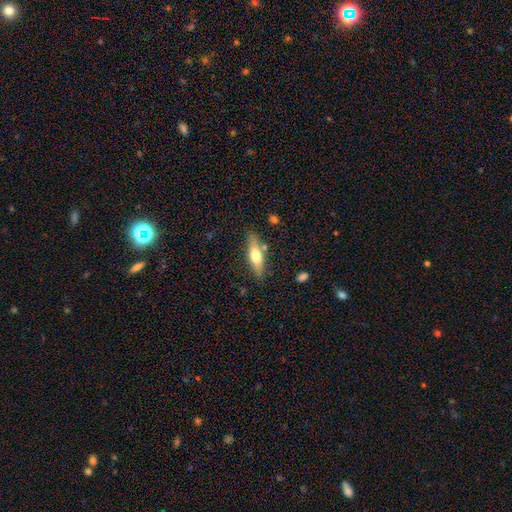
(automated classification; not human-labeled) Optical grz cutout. It shows a smooth galaxy with no disk features (57%) that is cigar-shaped (56%). Merging: none (80%).